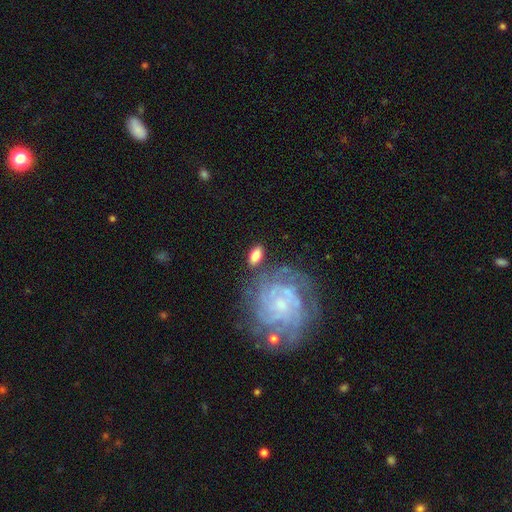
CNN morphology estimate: Smooth or featured: smooth — 72% (featured or disk — 21%)
How rounded: in between — 88% (round — 6%)
Merging: none — 75% (minor disturbance — 14%)